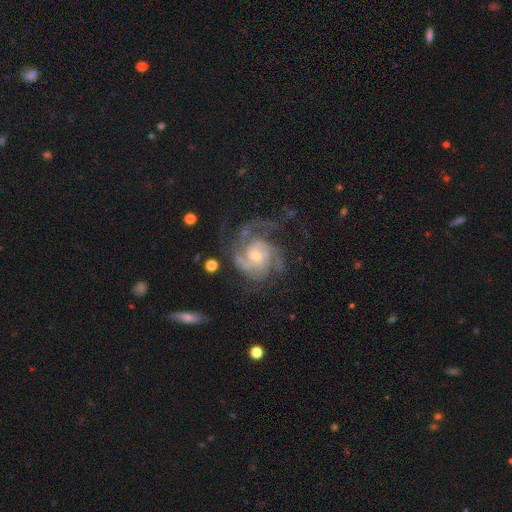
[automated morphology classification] smooth-or-featured: featured or disk: 90% | star or artifact: 6% | smooth: 5%
  disk-edge-on: no: 98% | yes: 2%
    bar: no: 68% | weak: 26% | strong: 6%
    has-spiral-arms: yes: 97% | no: 3%
      spiral-winding: tight: 53% | medium: 39% | loose: 9%
      spiral-arm-count: 3: 34% | 2: 22% | can't tell: 17% | 4: 14% | 1: 6% | more than 4: 6%
    bulge-size: small: 63% | moderate: 32% | large: 2% | none: 2% | dominant: 1%
  merging: none: 61% | minor disturbance: 18% | major disturbance: 18% | merger: 2%